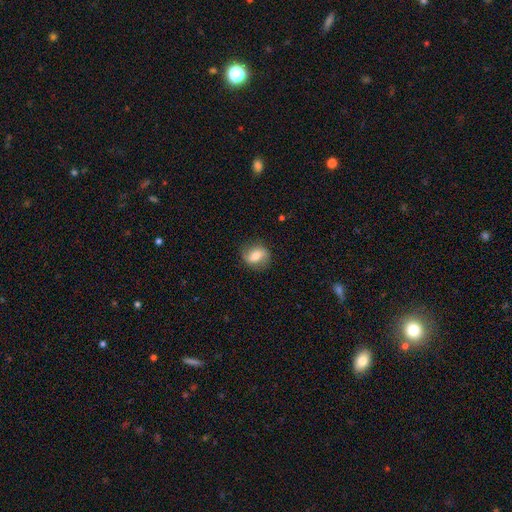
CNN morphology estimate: Smooth or featured?
  - smooth: 57% *
  - featured or disk: 35%
  - star or artifact: 8%
How rounded?
  - round: 58% *
  - in between: 40%
  - cigar-shaped: 2%
Merging?
  - none: 82% *
  - minor disturbance: 13%
  - major disturbance: 4%
  - merger: 1%